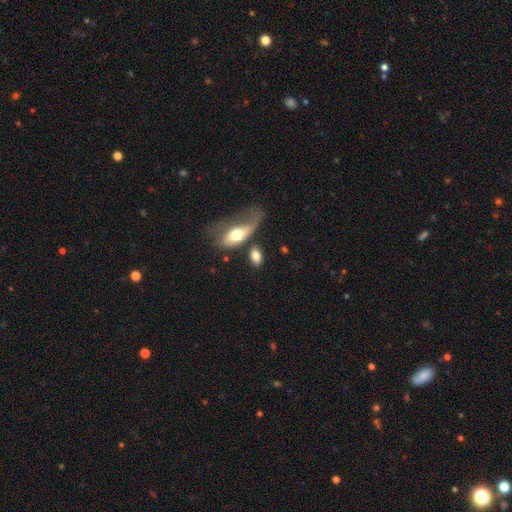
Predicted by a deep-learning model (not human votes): smooth_or_featured: smooth (p=0.77) [alt: featured or disk p=0.16]
how_rounded: in between (p=0.85) [alt: round p=0.10]
merging: none (p=0.42) [alt: merger p=0.28]